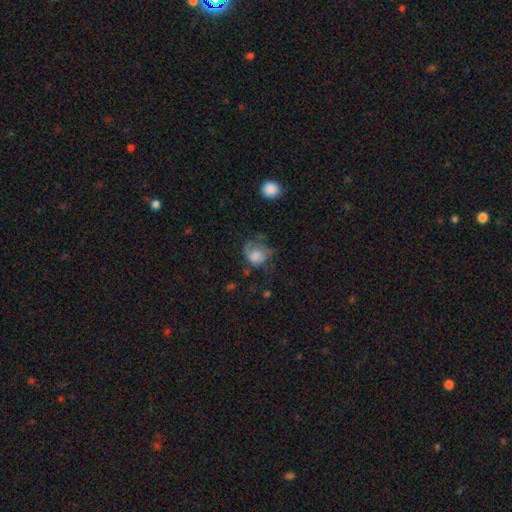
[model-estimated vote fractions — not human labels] Smooth or featured? smooth (56%)
How rounded? round (65%)
Merging? none (38%)